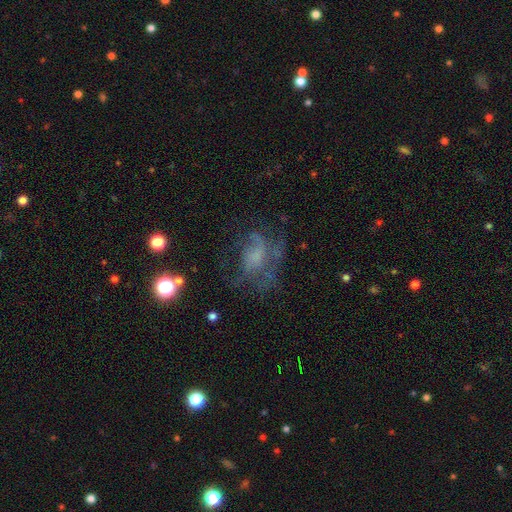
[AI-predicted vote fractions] Overall: featured or disk (55%; smooth 27%). Edge-on disk: no (97%). Bar: no (76%). Spiral arms: yes (55%; no 45%). Bulge size: none (46%; small 28%). Merging: none (42%; major disturbance 35%).